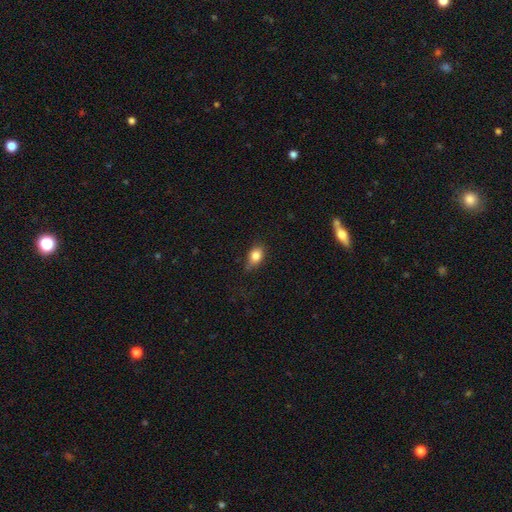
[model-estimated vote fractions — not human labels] Overall: smooth (83%). How rounded: in between (70%). Merging: none (68%).